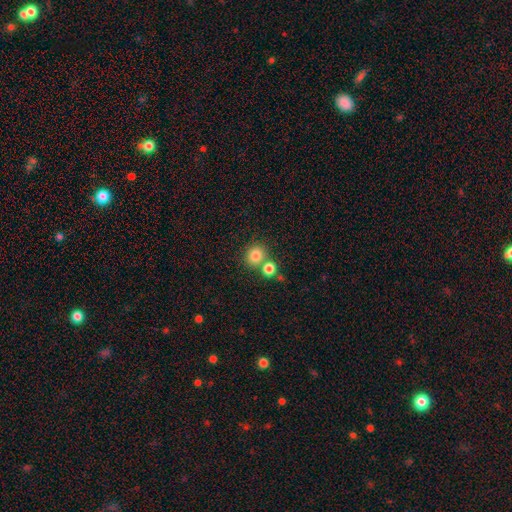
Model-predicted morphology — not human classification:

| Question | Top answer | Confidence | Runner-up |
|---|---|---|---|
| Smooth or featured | smooth | 82% | star or artifact (12%) |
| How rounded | round | 86% | in between (13%) |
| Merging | none | 64% | merger (25%) |